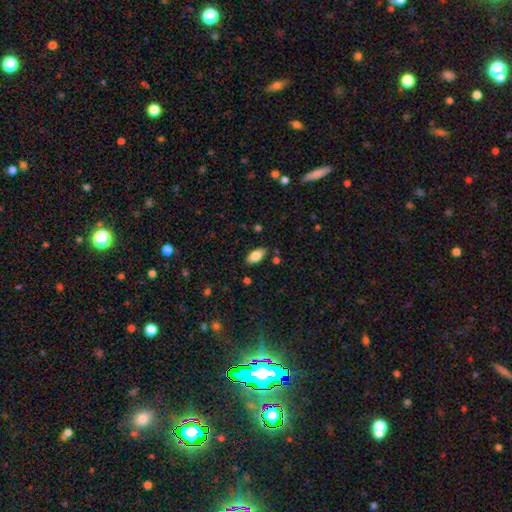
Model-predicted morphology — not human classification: A smooth galaxy with no disk features (82%) that is in between round and cigar-shaped (92%). Merging: none (85%).